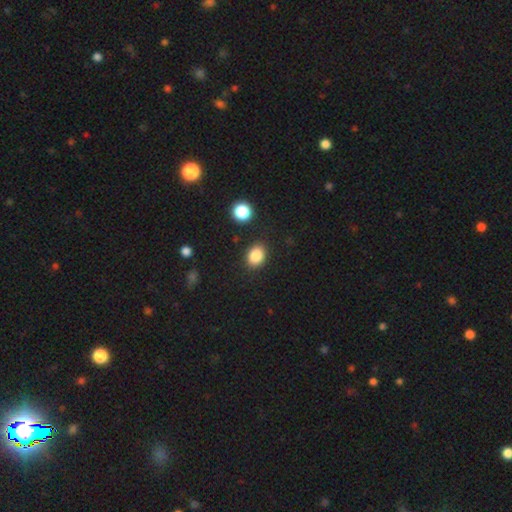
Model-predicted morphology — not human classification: smooth-or-featured: smooth: 85% | star or artifact: 10% | featured or disk: 5%
  how-rounded: in between: 57% | round: 42% | cigar-shaped: 1%
  merging: none: 86% | minor disturbance: 9% | major disturbance: 3% | merger: 3%